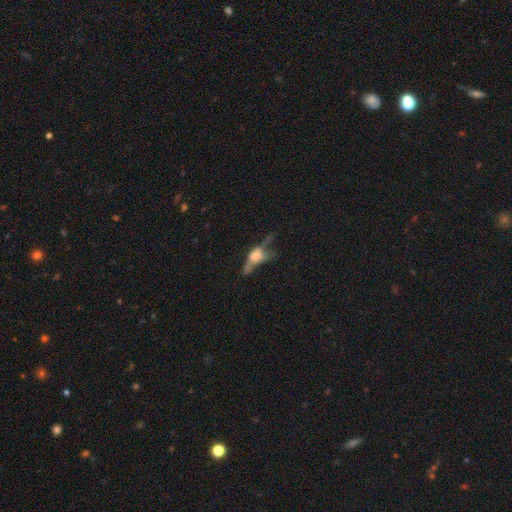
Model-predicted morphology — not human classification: A featured or disk galaxy (50%).

Vote fractions:
- Smooth or featured? featured or disk: 50% / smooth: 39% / star or artifact: 11%
- Merging? major disturbance: 48% / none: 24% / minor disturbance: 18% / merger: 11%